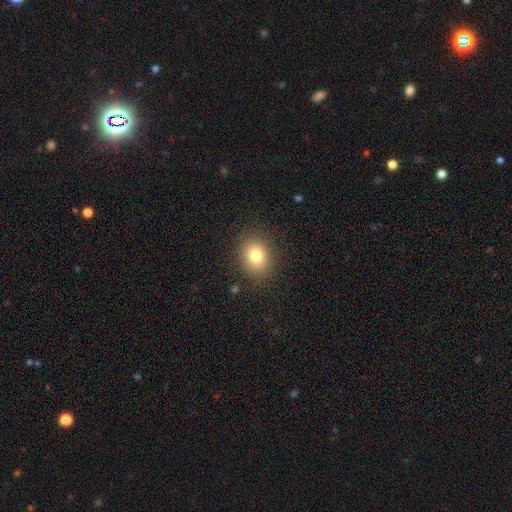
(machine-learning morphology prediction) Smooth or featured?
  - smooth: 79% *
  - star or artifact: 12%
  - featured or disk: 9%
How rounded?
  - round: 56% *
  - in between: 43%
  - cigar-shaped: 1%
Merging?
  - none: 87% *
  - minor disturbance: 9%
  - major disturbance: 3%
  - merger: 1%